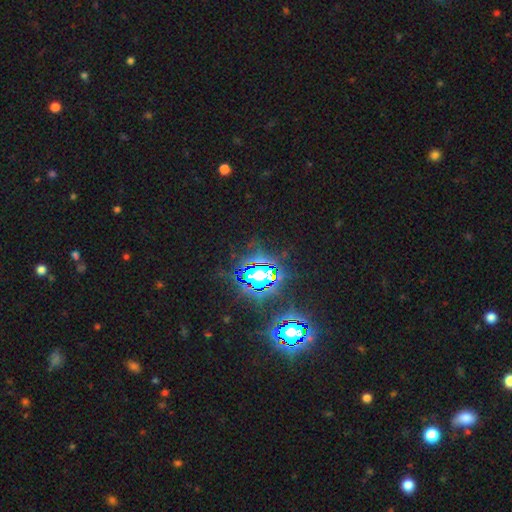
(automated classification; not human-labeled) smooth_or_featured: star or artifact (p=0.83) [alt: smooth p=0.10]